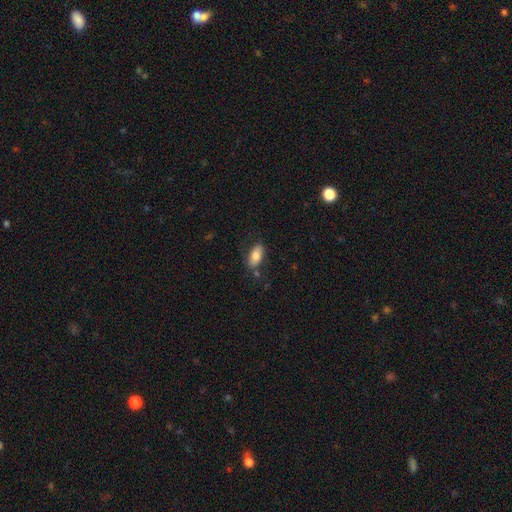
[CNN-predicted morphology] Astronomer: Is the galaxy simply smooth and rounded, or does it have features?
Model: smooth — 78%.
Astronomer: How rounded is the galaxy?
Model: in between — 89%.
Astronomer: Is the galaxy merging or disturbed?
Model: none — 72%.